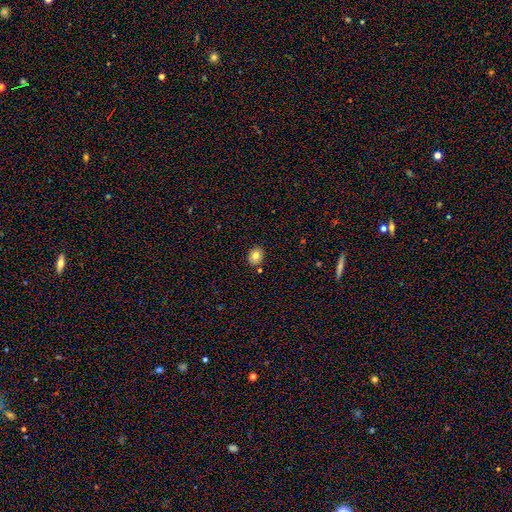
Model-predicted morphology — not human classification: Q: Smooth or featured?
A: smooth (79%); runner-up: featured or disk (11%)
Q: How rounded?
A: round (54%); runner-up: in between (45%)
Q: Merging?
A: none (85%); runner-up: minor disturbance (9%)